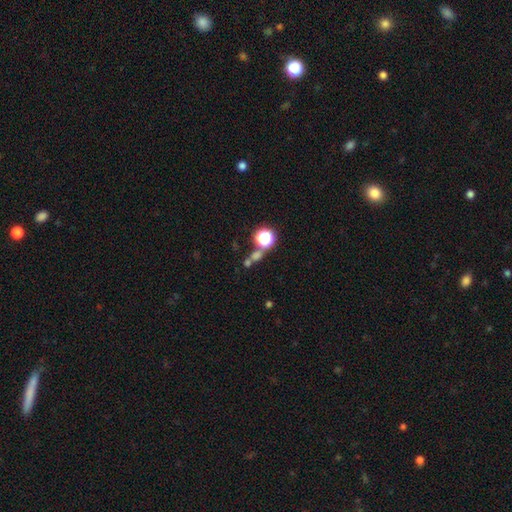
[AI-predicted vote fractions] Morphology: type=smooth (49%); merging=none (56%).